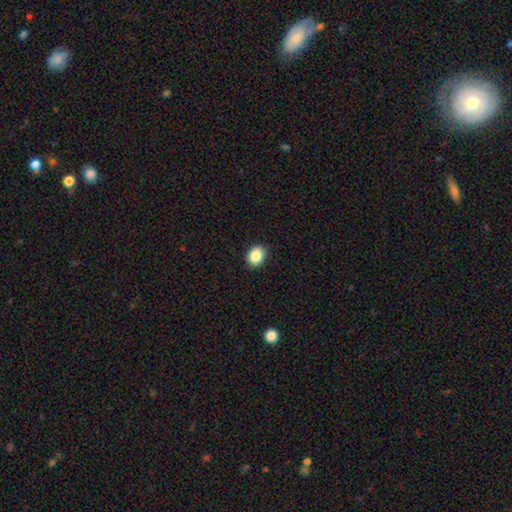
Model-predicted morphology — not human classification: The model was most divided on "how rounded": in between: 50%, round: 49%, cigar-shaped: 1%. More confident: merging — none (88%); smooth or featured — smooth (87%).